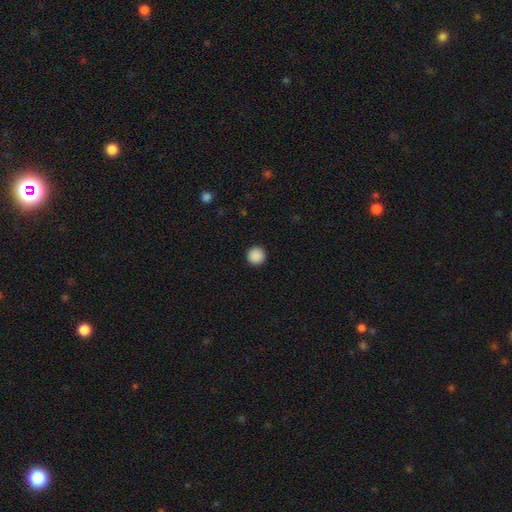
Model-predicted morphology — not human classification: type=smooth (90%); roundness=round (96%); merging=none (93%).